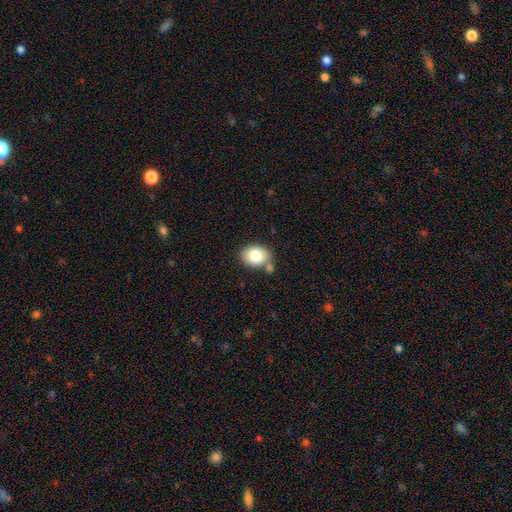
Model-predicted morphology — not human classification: Smooth or featured?
  - smooth: 80% *
  - featured or disk: 12%
  - star or artifact: 8%
How rounded?
  - in between: 60% *
  - round: 39%
  - cigar-shaped: 1%
Merging?
  - none: 67% *
  - minor disturbance: 15%
  - merger: 14%
  - major disturbance: 4%